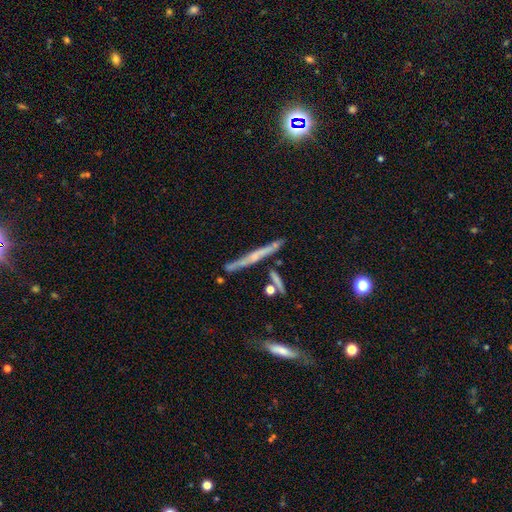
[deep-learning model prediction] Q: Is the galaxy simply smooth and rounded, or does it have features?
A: featured or disk — 64%.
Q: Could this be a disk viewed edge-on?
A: yes — 95%.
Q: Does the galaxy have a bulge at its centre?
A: none — 46%.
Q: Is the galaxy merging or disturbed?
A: none — 77%.